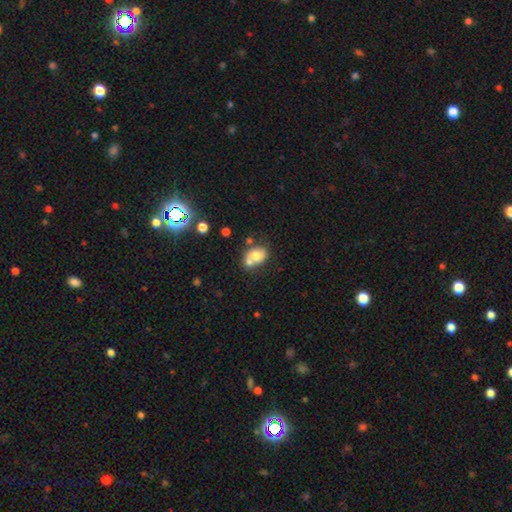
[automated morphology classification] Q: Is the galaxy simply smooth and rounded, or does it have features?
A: smooth — 68%.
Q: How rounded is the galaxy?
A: in between — 61%.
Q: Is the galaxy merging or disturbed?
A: none — 42%.